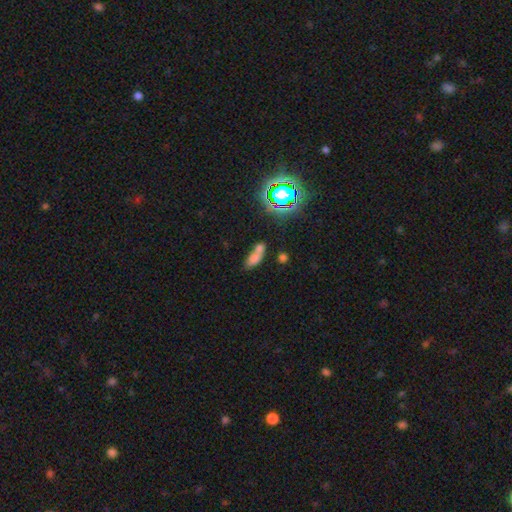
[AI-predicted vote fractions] smooth_or_featured: smooth (p=0.65) [alt: featured or disk p=0.18]
how_rounded: in between (p=0.73) [alt: cigar-shaped p=0.18]
merging: merger (p=0.51) [alt: none p=0.29]